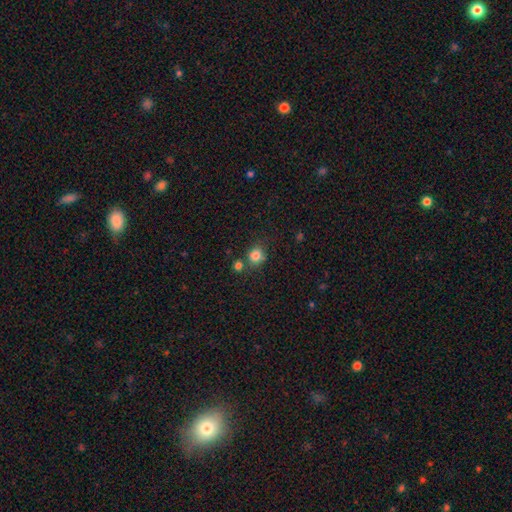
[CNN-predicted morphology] The model was most divided on "merging": none: 66%, merger: 16%, minor disturbance: 13%, major disturbance: 4%. More confident: smooth or featured — smooth (82%); how rounded — round (80%).